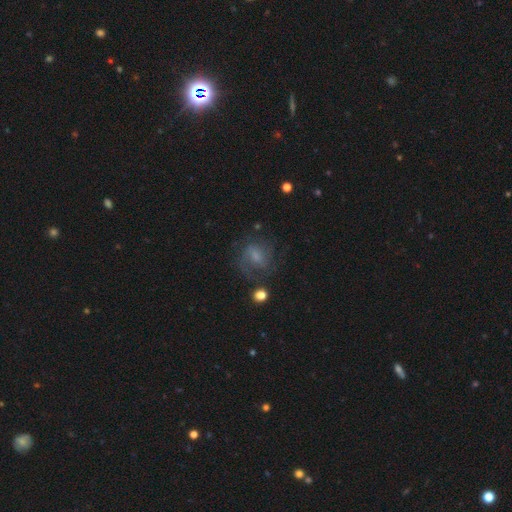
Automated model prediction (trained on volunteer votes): Morphology: type=featured or disk (62%); edge-on=no (97%); bar=weak (52%); spiral arms=yes (86%); winding=medium (48%); arm count=2 (45%); bulge=small (46%); merging=none (60%).